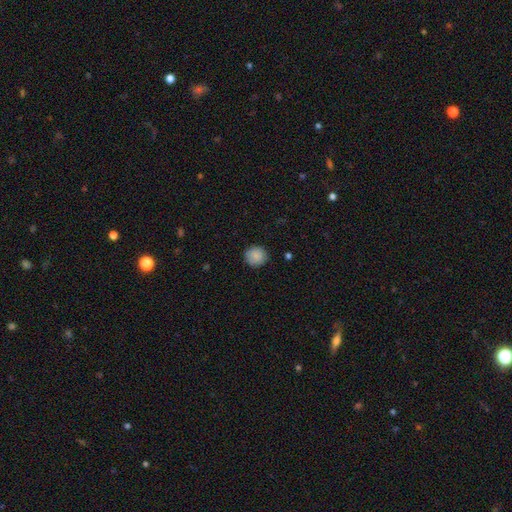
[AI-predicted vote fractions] Overall: smooth (87%). How rounded: round (92%). Merging: none (89%).